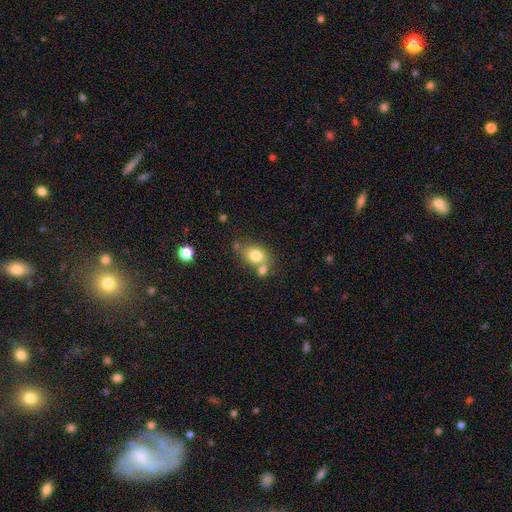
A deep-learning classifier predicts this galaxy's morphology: This appears to be a smooth galaxy with no disk features (77%) that is in between round and cigar-shaped (61%). Merging: none (47%).